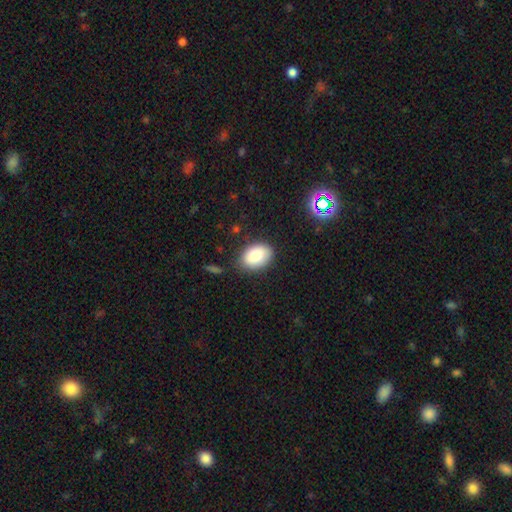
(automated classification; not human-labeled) smooth_or_featured: smooth (p=0.85) [alt: star or artifact p=0.08]
how_rounded: in between (p=0.85) [alt: round p=0.14]
merging: none (p=0.80) [alt: minor disturbance p=0.15]